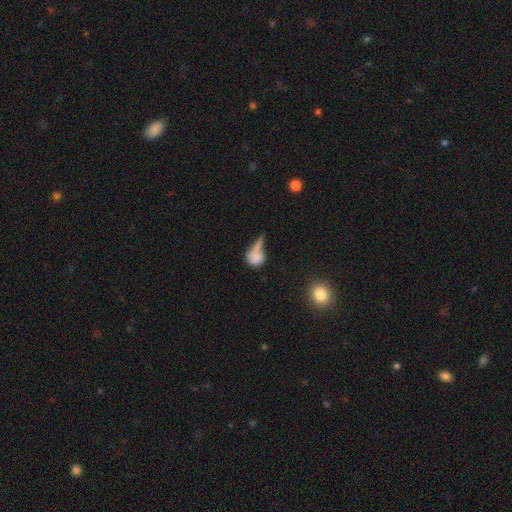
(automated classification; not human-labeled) This appears to be a smooth galaxy with no disk features (71%) that is round (60%). Merging: major disturbance (29%).